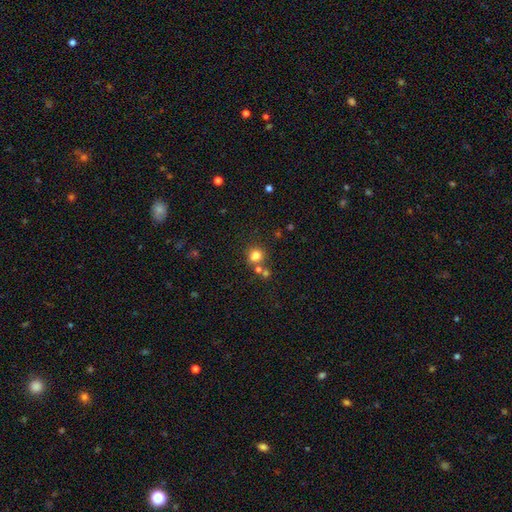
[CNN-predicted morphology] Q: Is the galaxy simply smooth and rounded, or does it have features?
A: smooth — 79%.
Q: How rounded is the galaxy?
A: round — 86%.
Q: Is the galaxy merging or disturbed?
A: none — 66%.